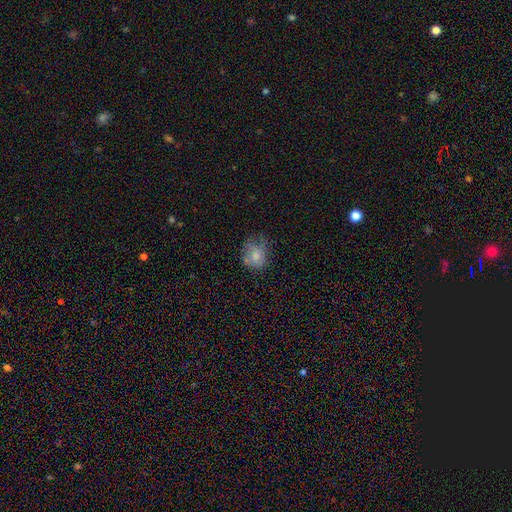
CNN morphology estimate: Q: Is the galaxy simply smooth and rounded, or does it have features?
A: smooth — 70%.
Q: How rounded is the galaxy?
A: round — 64%.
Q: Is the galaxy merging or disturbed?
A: none — 44%.